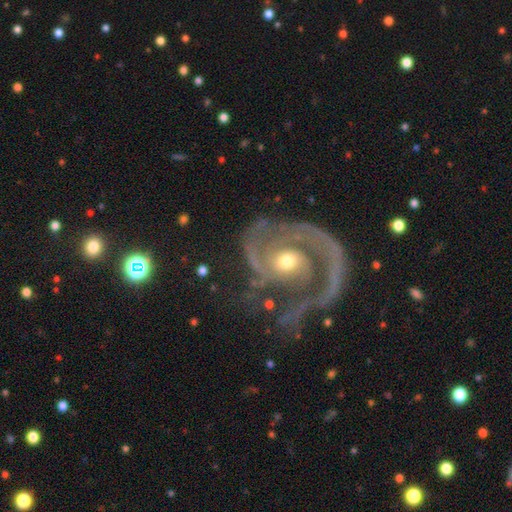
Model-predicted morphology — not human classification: This is clearly a featured or disk galaxy (90%). It is clearly not viewed edge-on (98%). Bar: likely no (63%). Spiral arm pattern: clearly yes (96%). Spiral arm count: possibly 2 (56%). Spiral winding: possibly medium (48%). Central bulge: likely moderate (62%). Merging: possibly none (52%).